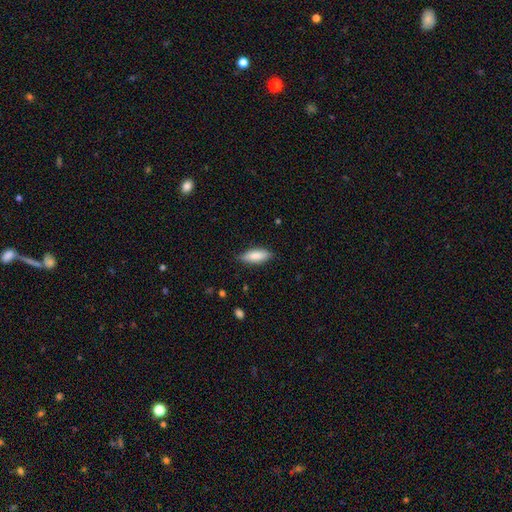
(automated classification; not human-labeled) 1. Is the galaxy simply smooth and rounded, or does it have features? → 81% smooth, 13% featured or disk, 6% star or artifact.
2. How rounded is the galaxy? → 65% in between, 33% cigar-shaped, 2% round.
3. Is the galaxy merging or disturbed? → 82% none, 14% minor disturbance, 3% major disturbance, 1% merger.